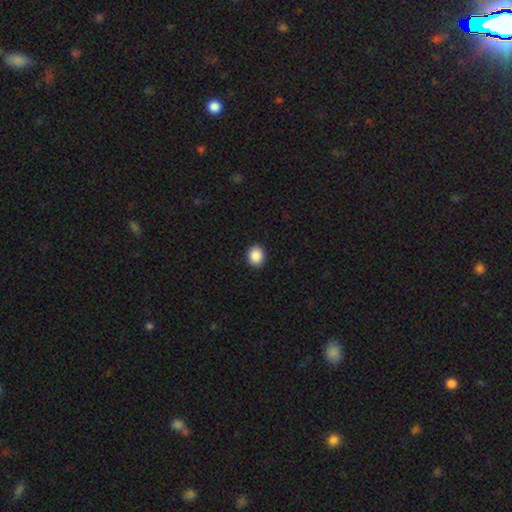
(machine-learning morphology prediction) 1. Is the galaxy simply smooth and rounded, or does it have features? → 89% smooth, 9% star or artifact, 3% featured or disk.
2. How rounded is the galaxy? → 75% round, 24% in between, 1% cigar-shaped.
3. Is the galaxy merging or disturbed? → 92% none, 5% minor disturbance, 2% major disturbance, 1% merger.